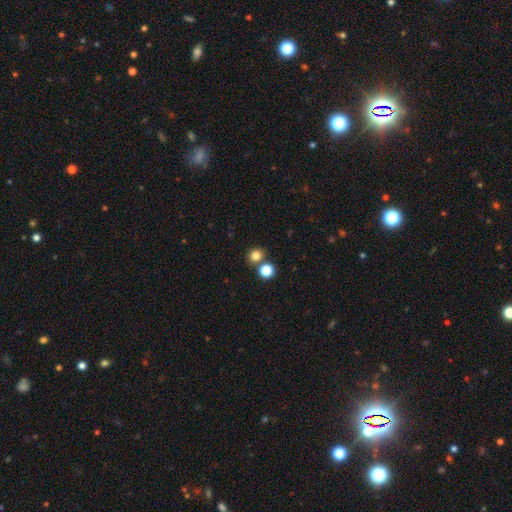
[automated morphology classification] smooth-or-featured: smooth: 81% | star or artifact: 14% | featured or disk: 5%
  how-rounded: round: 84% | in between: 15% | cigar-shaped: 1%
  merging: none: 70% | merger: 20% | minor disturbance: 7% | major disturbance: 3%